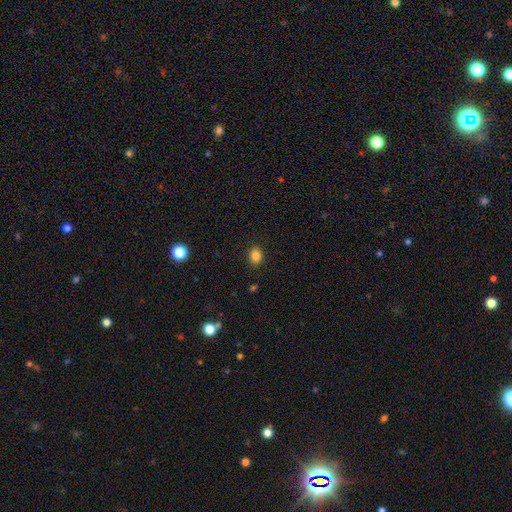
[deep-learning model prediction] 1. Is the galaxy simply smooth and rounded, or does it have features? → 84% smooth, 12% star or artifact, 4% featured or disk.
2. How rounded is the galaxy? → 50% in between, 49% round, 1% cigar-shaped.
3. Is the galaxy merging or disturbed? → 88% none, 9% minor disturbance, 2% major disturbance, 1% merger.